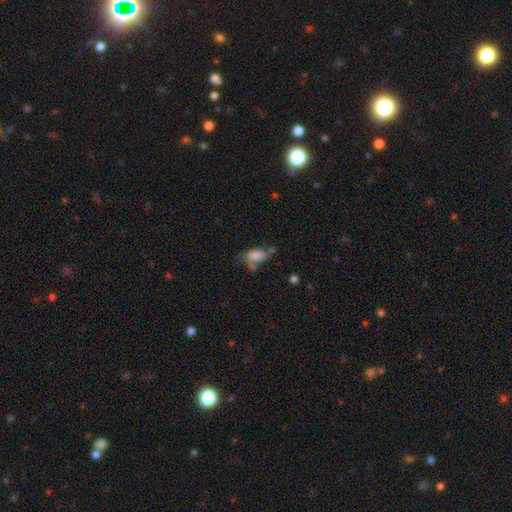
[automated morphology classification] smooth_or_featured: smooth (p=0.79) [alt: featured or disk p=0.12]
how_rounded: in between (p=0.88) [alt: cigar-shaped p=0.07]
merging: none (p=0.40) [alt: minor disturbance p=0.26]